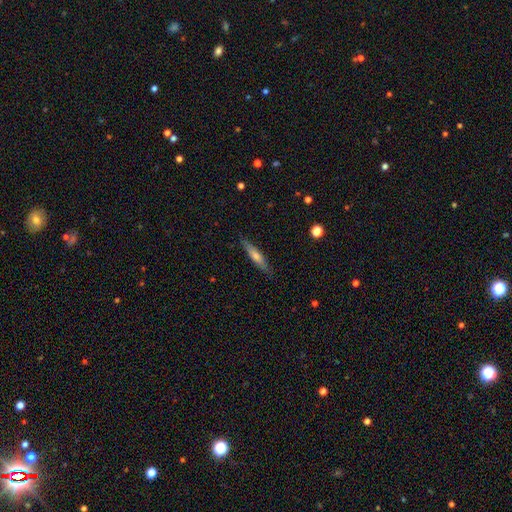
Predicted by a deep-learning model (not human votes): Overall: smooth (49%; featured or disk 44%). Merging: none (87%).